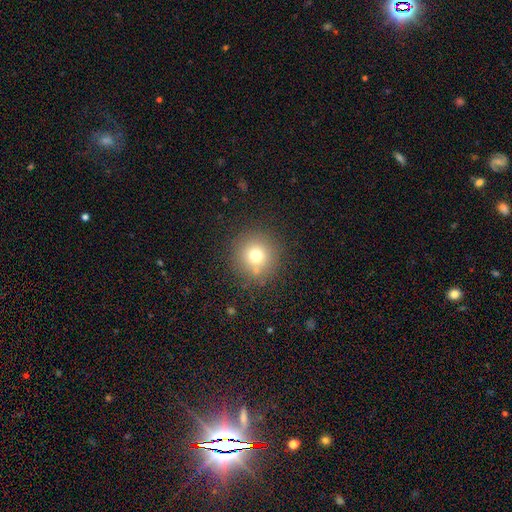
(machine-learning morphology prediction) smooth 72%, star or artifact 16%, featured or disk 12%. Down the decision tree: how rounded — round (95%); merging — none (84%).